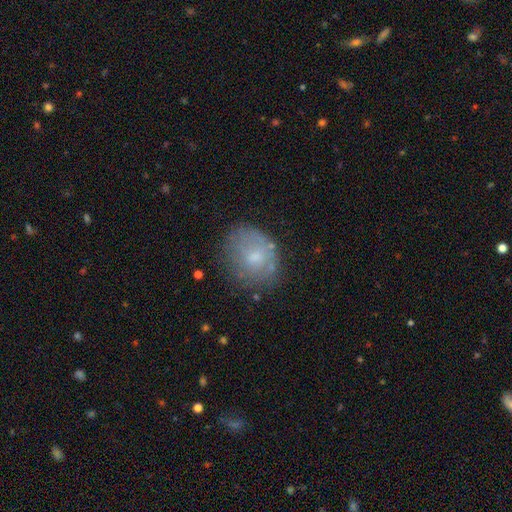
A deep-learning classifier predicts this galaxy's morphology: smooth-or-featured: smooth: 58% | featured or disk: 33% | star or artifact: 10%
  how-rounded: round: 60% | in between: 39% | cigar-shaped: 1%
  merging: none: 63% | minor disturbance: 24% | major disturbance: 10% | merger: 3%